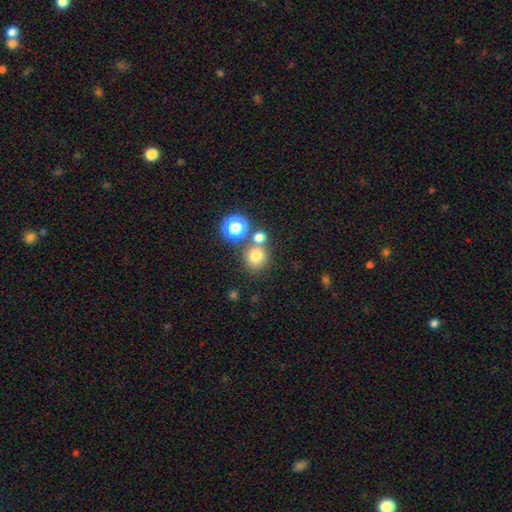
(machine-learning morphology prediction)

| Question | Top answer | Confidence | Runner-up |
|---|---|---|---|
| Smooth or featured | smooth | 75% | star or artifact (17%) |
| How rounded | round | 87% | in between (12%) |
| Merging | none | 65% | merger (24%) |